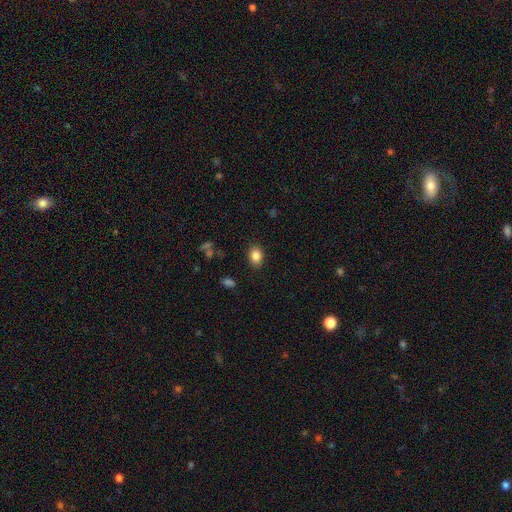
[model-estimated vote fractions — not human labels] Smooth or featured? smooth (84%)
How rounded? in between (63%)
Merging? none (87%)